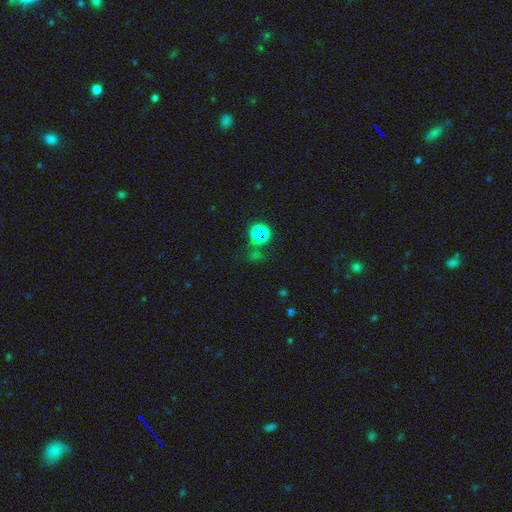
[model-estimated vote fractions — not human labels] A star or artifact, not a galaxy (58%).